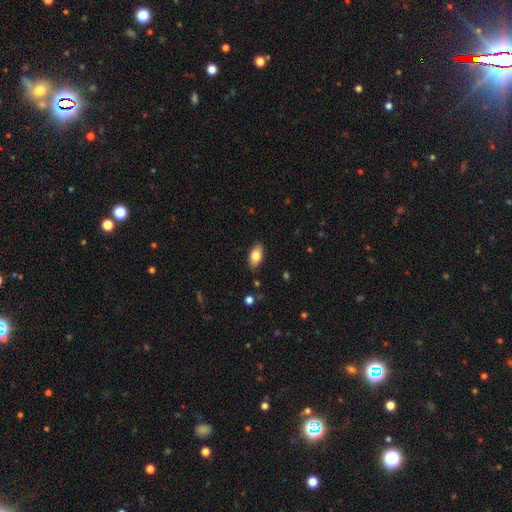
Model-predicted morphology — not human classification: Smooth or featured: smooth — 81% (featured or disk — 13%)
How rounded: in between — 91% (cigar-shaped — 5%)
Merging: none — 85% (minor disturbance — 12%)